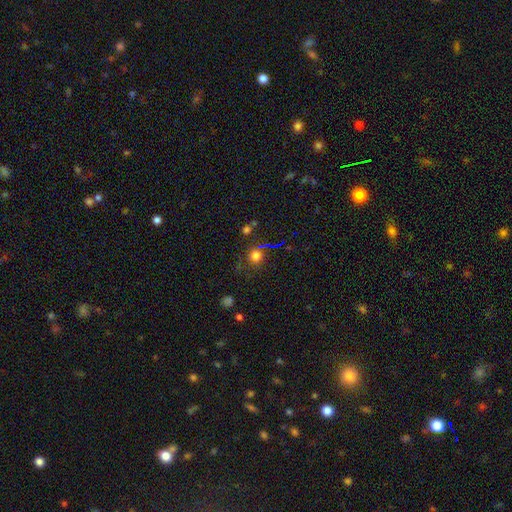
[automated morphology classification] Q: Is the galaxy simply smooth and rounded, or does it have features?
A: smooth — 71%.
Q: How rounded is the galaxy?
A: round — 91%.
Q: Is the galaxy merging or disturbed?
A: none — 75%.